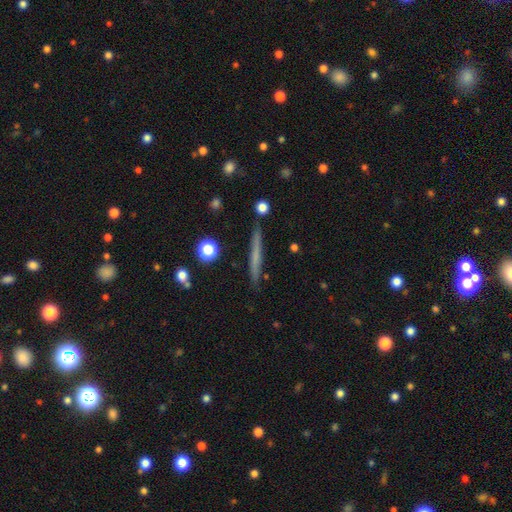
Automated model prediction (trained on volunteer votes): Overall: smooth (53%; featured or disk 39%). How rounded: cigar-shaped (95%). Merging: none (89%).